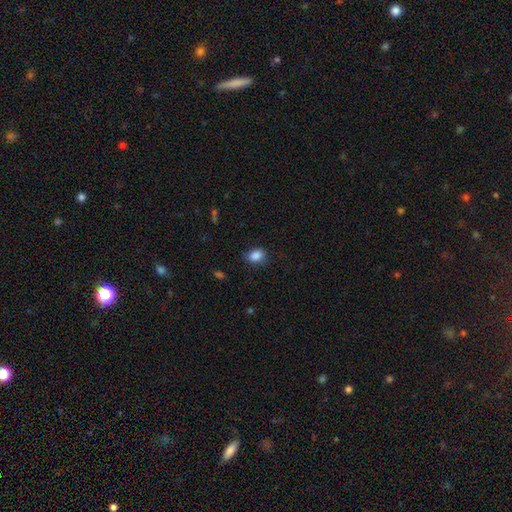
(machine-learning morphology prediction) Smooth or featured: smooth — 87% (star or artifact — 9%)
How rounded: in between — 67% (round — 32%)
Merging: none — 75% (minor disturbance — 19%)